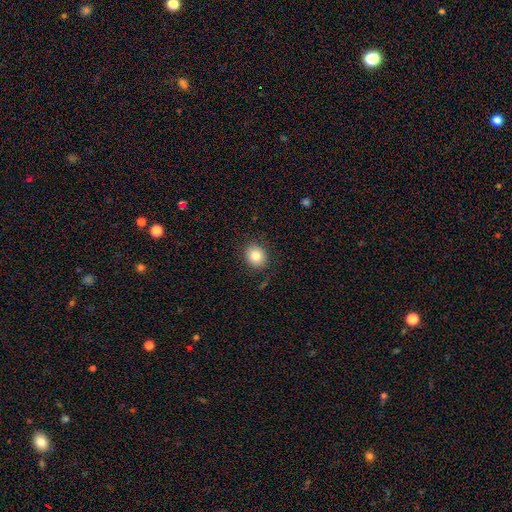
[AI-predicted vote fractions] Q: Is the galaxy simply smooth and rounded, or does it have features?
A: smooth — 82%.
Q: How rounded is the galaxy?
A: round — 77%.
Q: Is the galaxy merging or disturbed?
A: none — 86%.